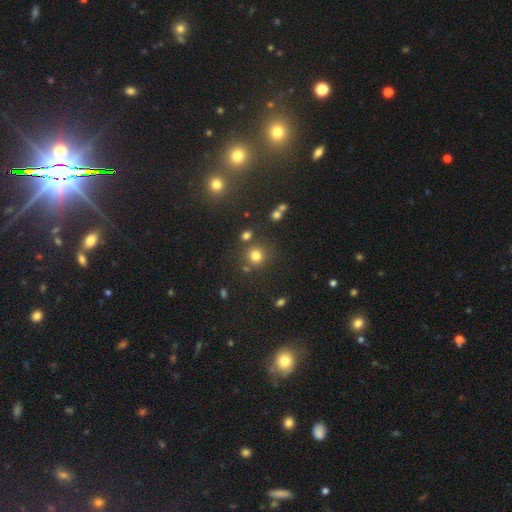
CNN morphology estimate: Q: Smooth or featured?
A: smooth (75%); runner-up: star or artifact (18%)
Q: How rounded?
A: round (90%); runner-up: in between (9%)
Q: Merging?
A: none (76%); runner-up: merger (10%)